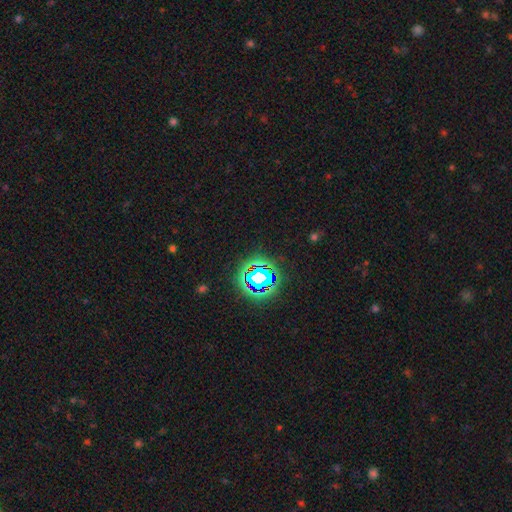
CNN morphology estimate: type=star or artifact (80%).